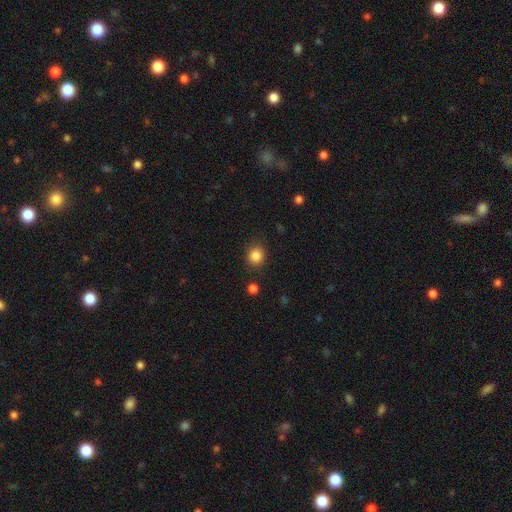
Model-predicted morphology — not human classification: The model was most divided on "how rounded": round: 83%, in between: 16%, cigar-shaped: 1%. More confident: smooth or featured — smooth (86%); merging — none (86%).